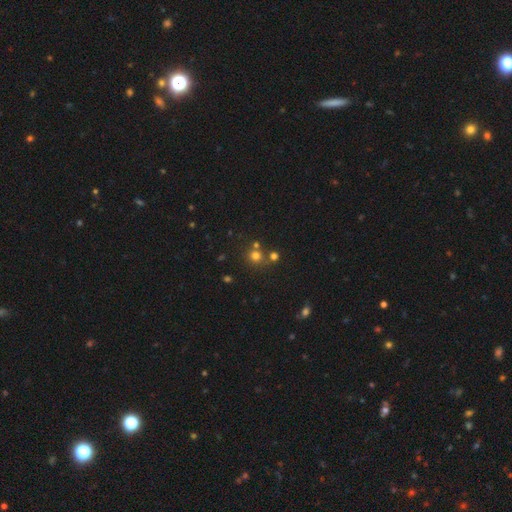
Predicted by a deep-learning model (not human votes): smooth_or_featured: smooth (p=0.69) [alt: star or artifact p=0.23]
how_rounded: round (p=0.89) [alt: in between p=0.10]
merging: none (p=0.66) [alt: merger p=0.23]